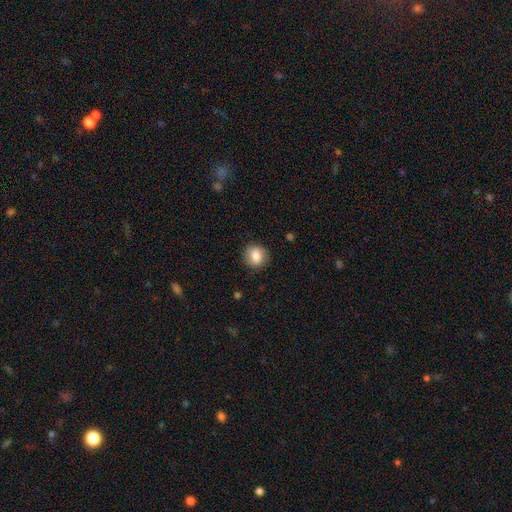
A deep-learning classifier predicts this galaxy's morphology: type=smooth (82%); roundness=round (76%); merging=none (84%).